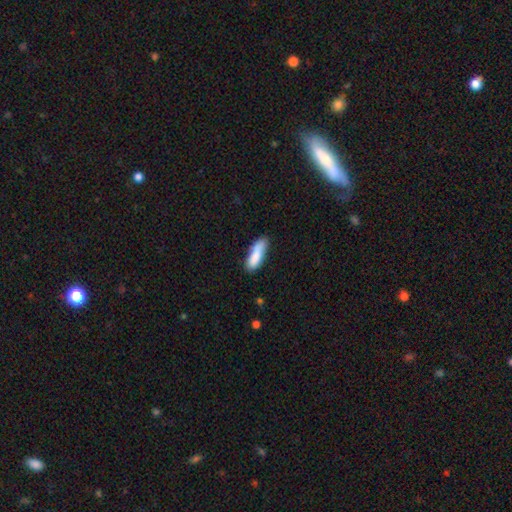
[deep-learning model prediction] Q: Smooth or featured?
A: smooth (85%); runner-up: featured or disk (9%)
Q: How rounded?
A: cigar-shaped (54%); runner-up: in between (45%)
Q: Merging?
A: none (64%); runner-up: minor disturbance (26%)